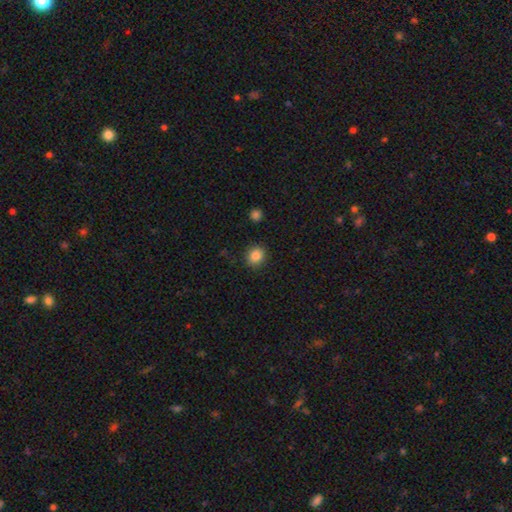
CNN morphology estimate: A smooth galaxy with no disk features (85%) that is round (76%).

Vote fractions:
- Smooth or featured? smooth: 85% / star or artifact: 10% / featured or disk: 5%
- How rounded? round: 76% / in between: 23% / cigar-shaped: 1%
- Merging? none: 89% / minor disturbance: 7% / major disturbance: 2% / merger: 1%